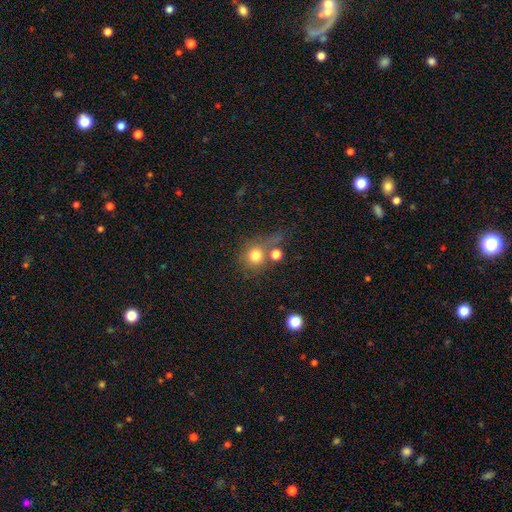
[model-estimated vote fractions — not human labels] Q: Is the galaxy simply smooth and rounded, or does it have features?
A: smooth — 76%.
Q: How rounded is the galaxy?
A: round — 88%.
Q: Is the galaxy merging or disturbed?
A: none — 55%.